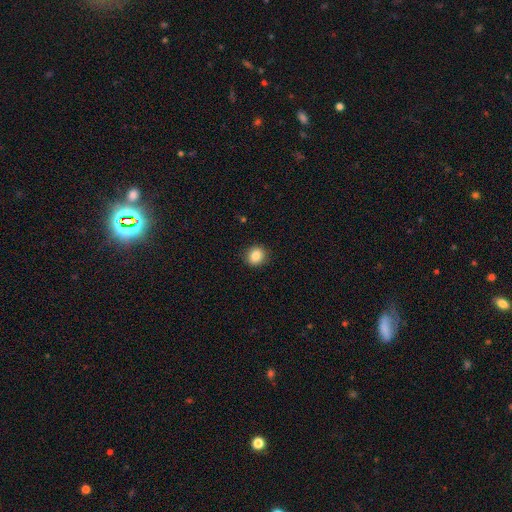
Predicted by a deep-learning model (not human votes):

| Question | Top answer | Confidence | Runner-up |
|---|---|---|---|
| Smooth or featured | smooth | 84% | star or artifact (10%) |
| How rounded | round | 81% | in between (18%) |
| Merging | none | 90% | minor disturbance (7%) |